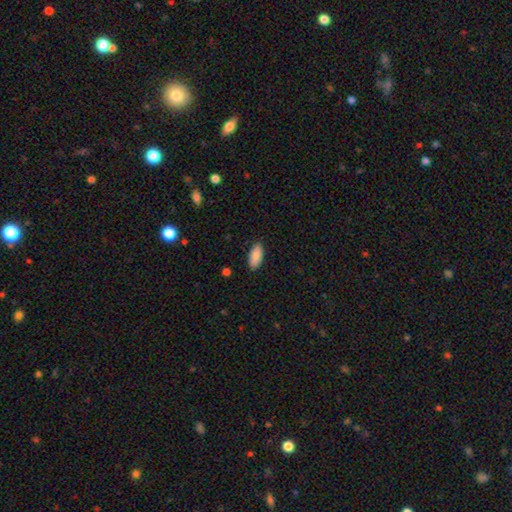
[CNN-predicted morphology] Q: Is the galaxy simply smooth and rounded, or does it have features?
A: smooth — 90%.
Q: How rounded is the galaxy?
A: in between — 90%.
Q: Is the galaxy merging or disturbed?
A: none — 88%.